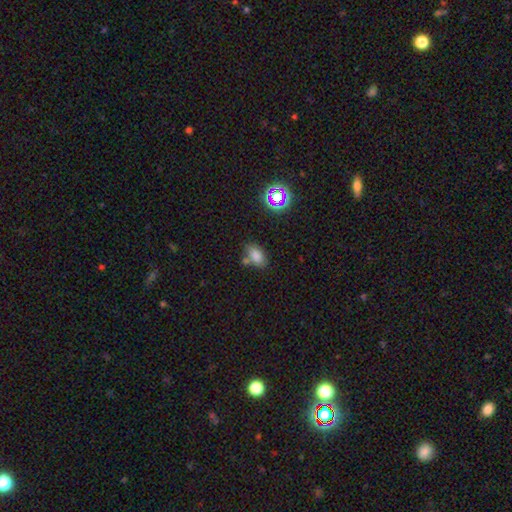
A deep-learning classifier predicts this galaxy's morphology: A smooth galaxy with no disk features (76%) that is in between round and cigar-shaped (87%). Merging: none (64%).